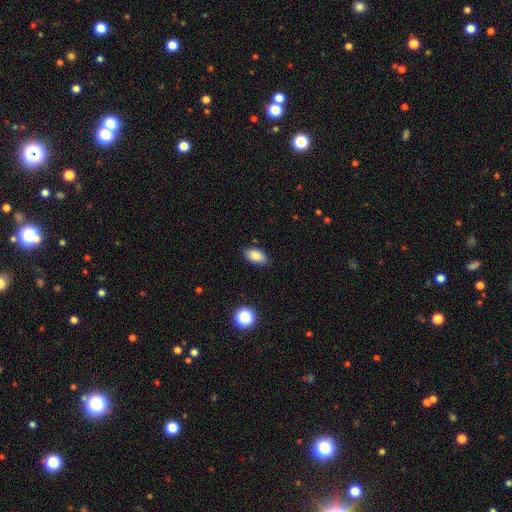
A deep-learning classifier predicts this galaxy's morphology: smooth 85%, star or artifact 9%, featured or disk 6%. Down the decision tree: how rounded — in between (92%); merging — none (86%).